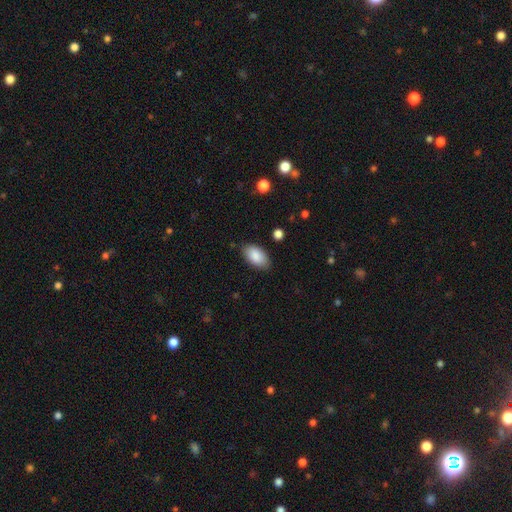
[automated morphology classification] smooth 88%, star or artifact 6%, featured or disk 6%. Down the decision tree: how rounded — in between (95%); merging — none (83%).